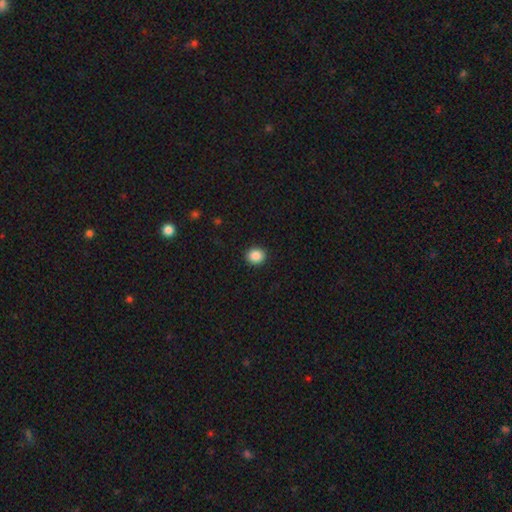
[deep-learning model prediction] A smooth galaxy with no disk features (88%) that is round (77%).

Vote fractions:
- Smooth or featured? smooth: 88% / star or artifact: 9% / featured or disk: 3%
- How rounded? round: 77% / in between: 22% / cigar-shaped: 1%
- Merging? none: 92% / minor disturbance: 6% / major disturbance: 2% / merger: 1%